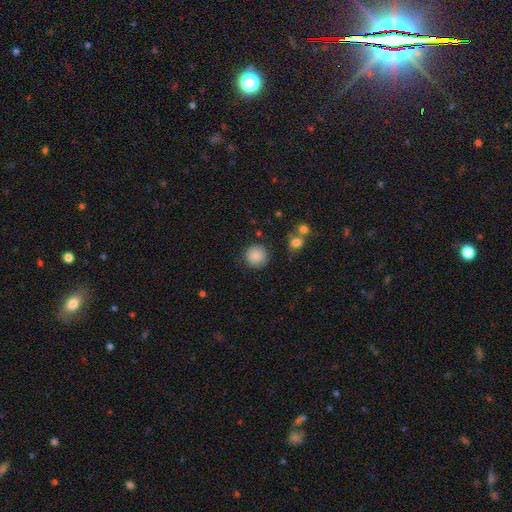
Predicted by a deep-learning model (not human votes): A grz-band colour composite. It shows a smooth galaxy with no disk features (87%) that is round (94%). Merging: none (87%).